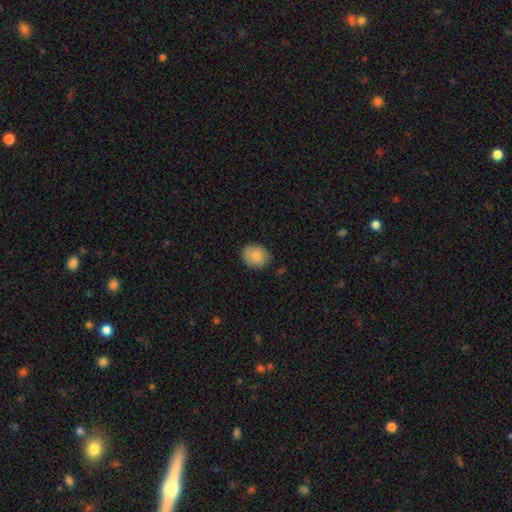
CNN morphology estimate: smooth-or-featured: smooth: 81% | featured or disk: 12% | star or artifact: 7%
  how-rounded: round: 64% | in between: 35% | cigar-shaped: 1%
  merging: none: 80% | minor disturbance: 16% | major disturbance: 3% | merger: 1%